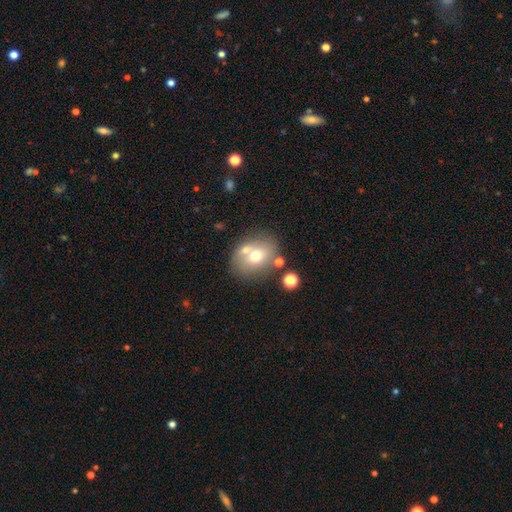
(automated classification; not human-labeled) The model was most divided on "how rounded": round: 56%, in between: 43%, cigar-shaped: 1%. More confident: smooth or featured — smooth (62%); merging — none (59%).